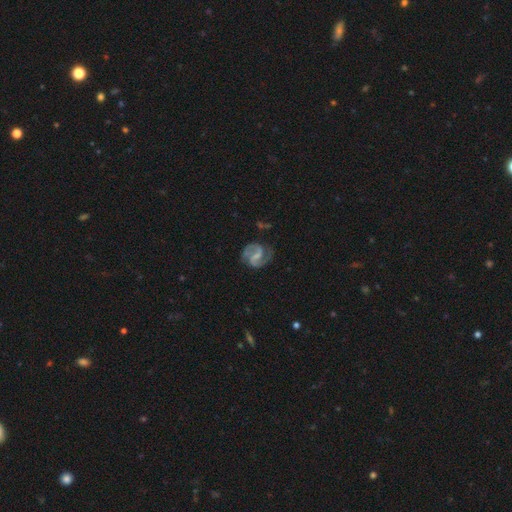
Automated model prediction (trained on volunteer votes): Smooth or featured?
  - featured or disk: 89% *
  - smooth: 6%
  - star or artifact: 4%
Edge-on disk?
  - no: 98% *
  - yes: 2%
Bar?
  - weak: 51% *
  - strong: 30%
  - no: 19%
Spiral arms?
  - yes: 97% *
  - no: 3%
Spiral winding?
  - medium: 59% *
  - tight: 22%
  - loose: 19%
Spiral arm count?
  - 2: 93% *
  - can't tell: 2%
  - 1: 1%
  - 3: 1%
  - 4: 1%
  - more than 4: 1%
Bulge size?
  - small: 42% *
  - none: 36%
  - moderate: 20%
  - large: 2%
  - dominant: 1%
Merging?
  - none: 77% *
  - minor disturbance: 15%
  - major disturbance: 6%
  - merger: 2%